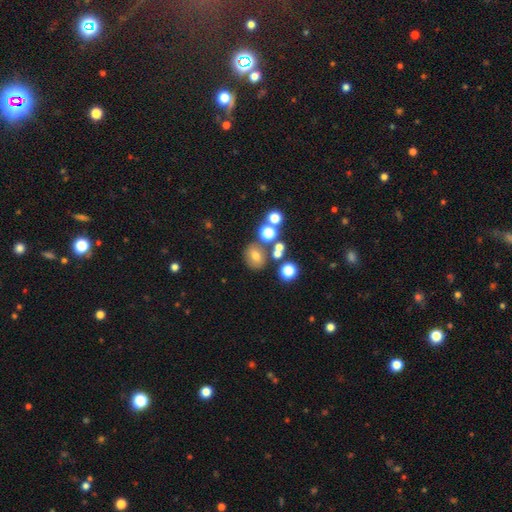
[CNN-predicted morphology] Smooth or featured? smooth (65%)
How rounded? round (68%)
Merging? none (66%)